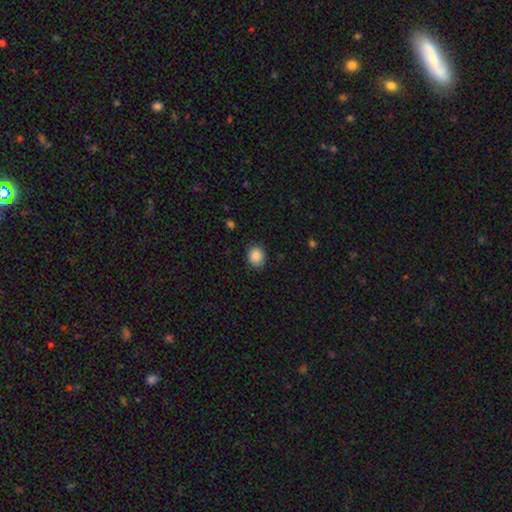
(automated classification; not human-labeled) Overall: smooth (88%). How rounded: round (62%; in between 37%). Merging: none (88%).